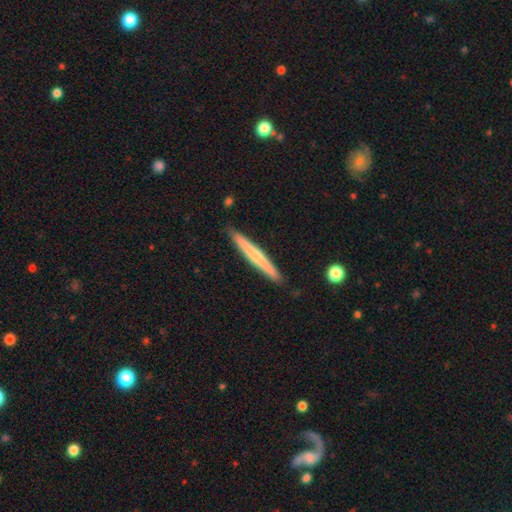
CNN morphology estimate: Smooth or featured? featured or disk (48%)
Merging? none (90%)